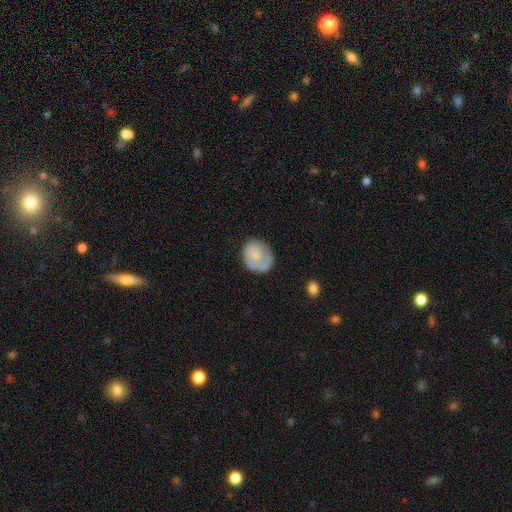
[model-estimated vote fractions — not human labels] A smooth galaxy with no disk features (64%) that is round (61%). Merging: none (60%).